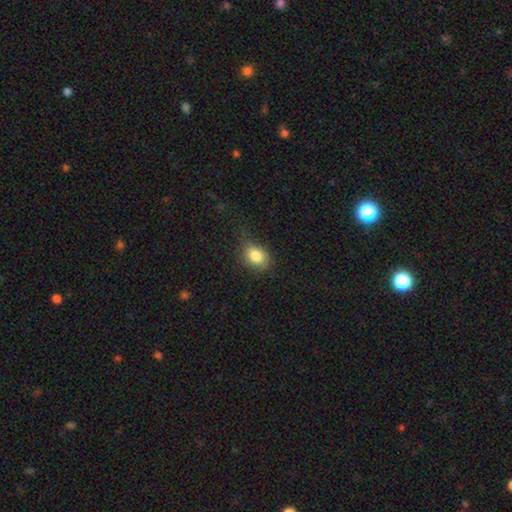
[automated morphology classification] A smooth galaxy with no disk features (83%) that is in between round and cigar-shaped (71%). Merging: none (64%).